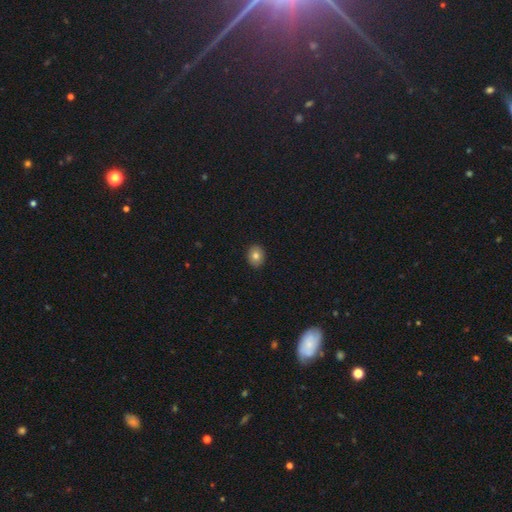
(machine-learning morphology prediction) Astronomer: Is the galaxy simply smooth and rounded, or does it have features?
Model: smooth — 81%.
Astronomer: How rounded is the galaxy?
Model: round — 61% (runner-up: in between, 38%).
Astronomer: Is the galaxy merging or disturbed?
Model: none — 90%.